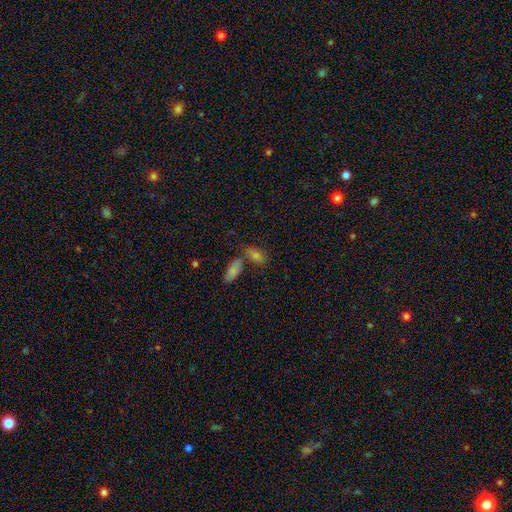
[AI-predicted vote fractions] smooth_or_featured: smooth (p=0.72) [alt: featured or disk p=0.14]
how_rounded: in between (p=0.81) [alt: cigar-shaped p=0.12]
merging: none (p=0.52) [alt: merger p=0.33]